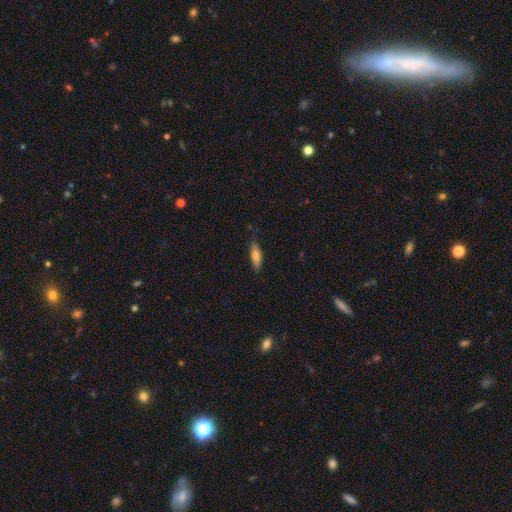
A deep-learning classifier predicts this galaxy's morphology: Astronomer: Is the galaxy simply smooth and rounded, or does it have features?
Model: smooth — 74%.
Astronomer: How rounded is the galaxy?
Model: in between — 56% (runner-up: cigar-shaped, 42%).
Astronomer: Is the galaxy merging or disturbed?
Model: none — 80%.